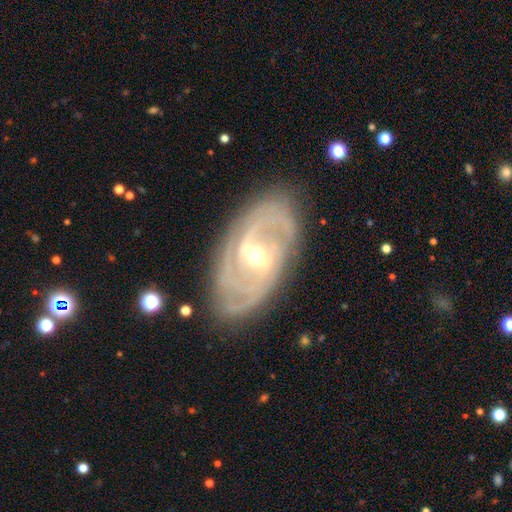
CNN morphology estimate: type=featured or disk (89%); edge-on=no (95%); bar=weak (48%); spiral arms=yes (97%); winding=tight (62%); arm count=2 (36%); bulge=moderate (56%); merging=none (82%).